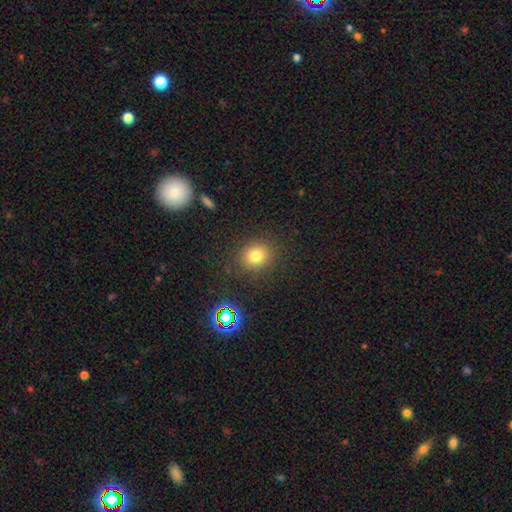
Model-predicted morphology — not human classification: smooth_or_featured: smooth (p=0.76) [alt: star or artifact p=0.17]
how_rounded: round (p=0.77) [alt: in between p=0.22]
merging: none (p=0.85) [alt: minor disturbance p=0.09]